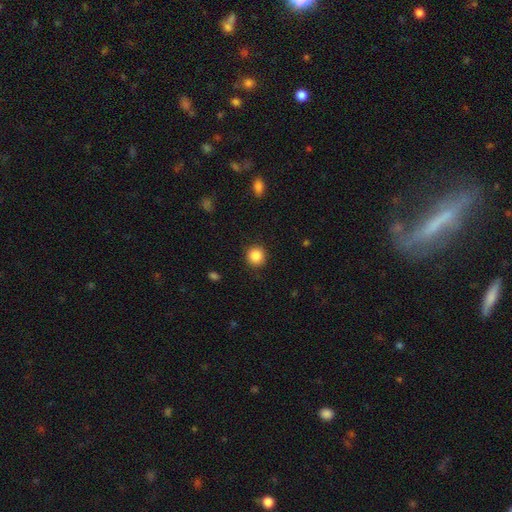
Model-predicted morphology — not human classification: type=smooth (86%); roundness=round (92%); merging=none (90%).